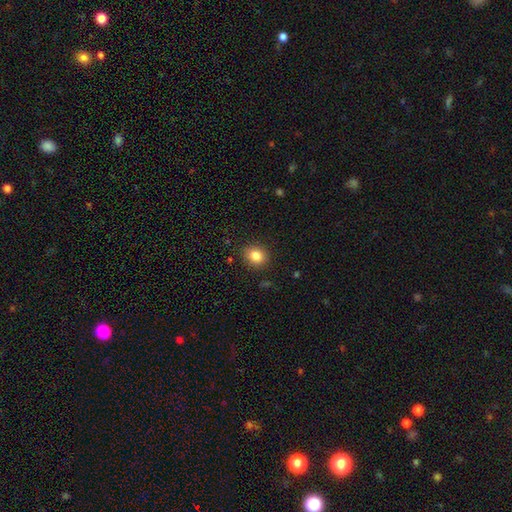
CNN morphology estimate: Smooth or featured? Predicted: smooth (p=0.84). How rounded? Predicted: round (p=0.62). Merging? Predicted: none (p=0.87).